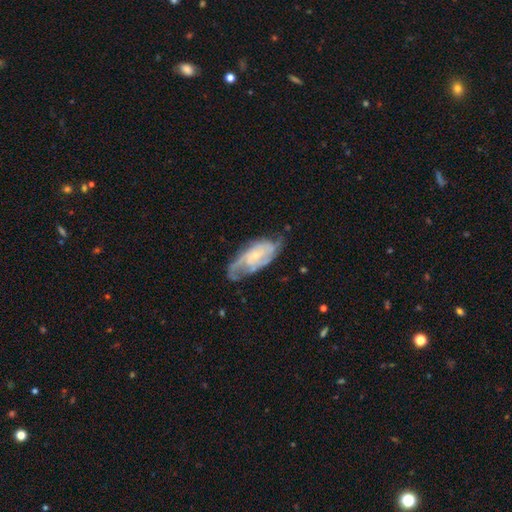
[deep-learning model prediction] Smooth or featured? Predicted: featured or disk (p=0.81). Edge-on disk? Predicted: no (p=0.94). Bar? Predicted: no (p=0.63). Spiral arms? Predicted: yes (p=0.93). Spiral winding? Predicted: medium (p=0.43). Spiral arm count? Predicted: 2 (p=0.46). Bulge size? Predicted: small (p=0.69). Merging? Predicted: none (p=0.59).